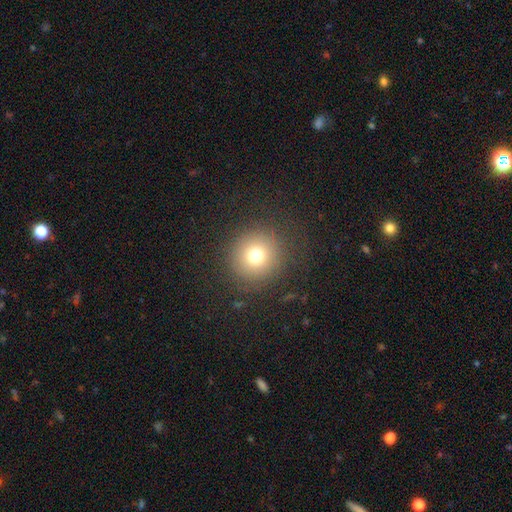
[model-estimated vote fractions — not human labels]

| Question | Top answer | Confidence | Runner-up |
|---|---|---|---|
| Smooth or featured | smooth | 74% | star or artifact (15%) |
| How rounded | round | 93% | in between (6%) |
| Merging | none | 86% | minor disturbance (8%) |